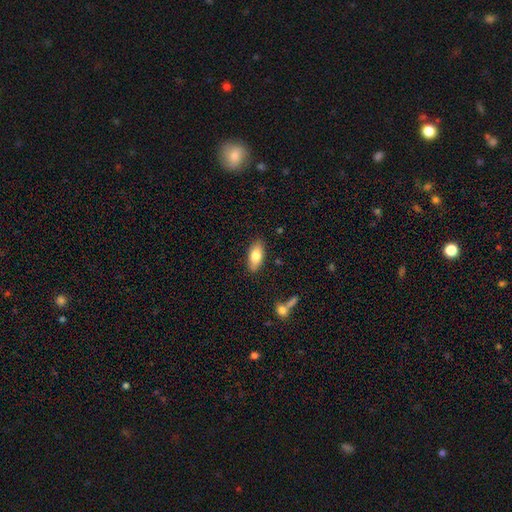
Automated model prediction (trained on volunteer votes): A smooth galaxy with no disk features (77%) that is in between round and cigar-shaped (84%). Merging: none (85%).